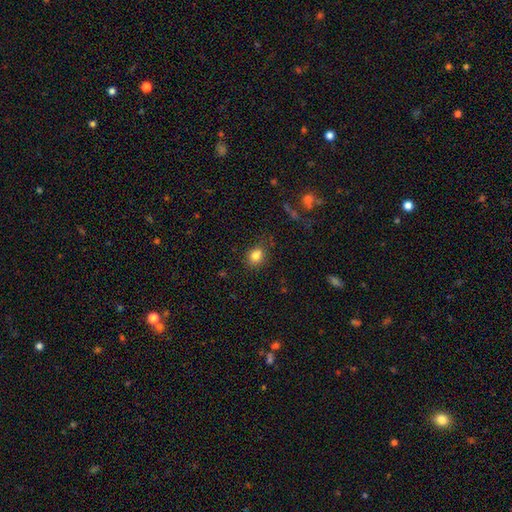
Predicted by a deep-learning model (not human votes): Overall: smooth (81%). How rounded: round (64%; in between 35%). Merging: none (73%).